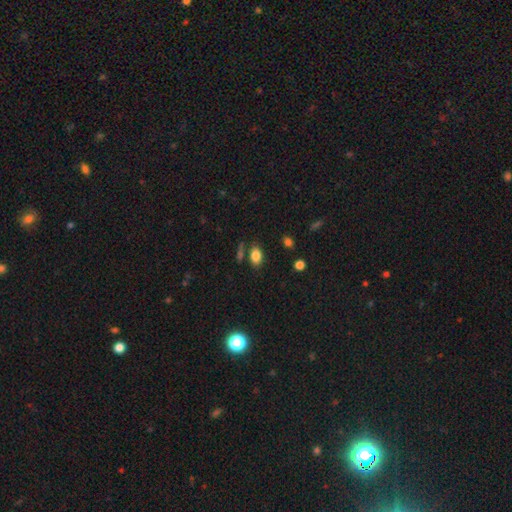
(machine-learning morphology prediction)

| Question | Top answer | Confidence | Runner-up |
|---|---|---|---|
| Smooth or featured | smooth | 84% | star or artifact (10%) |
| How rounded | in between | 86% | round (12%) |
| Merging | none | 75% | minor disturbance (13%) |